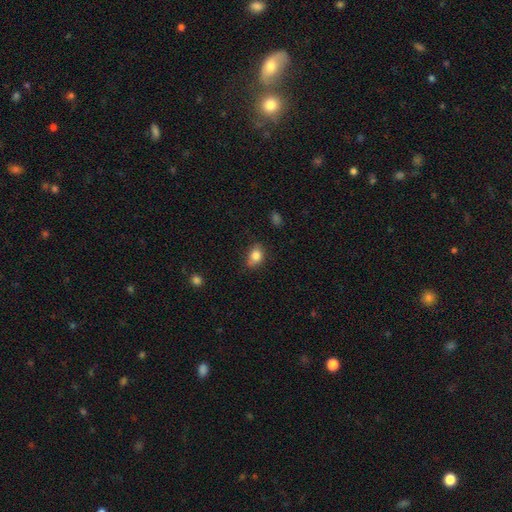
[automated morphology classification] Smooth or featured? Predicted: smooth (p=0.83). How rounded? Predicted: in between (p=0.62). Merging? Predicted: none (p=0.70).